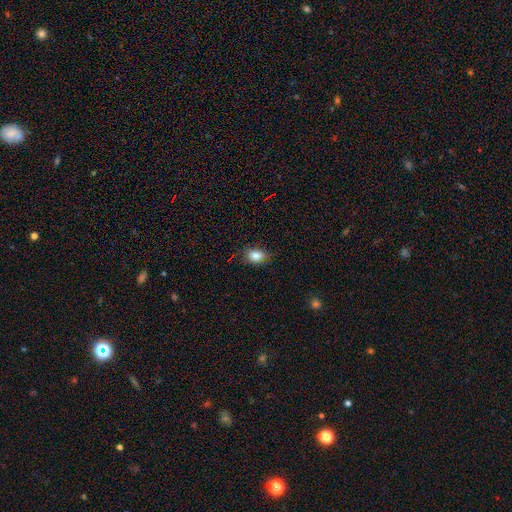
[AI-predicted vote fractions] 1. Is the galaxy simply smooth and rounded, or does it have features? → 83% smooth, 10% star or artifact, 7% featured or disk.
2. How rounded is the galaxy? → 74% in between, 24% round, 2% cigar-shaped.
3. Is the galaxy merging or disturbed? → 78% none, 18% minor disturbance, 3% major disturbance, 1% merger.